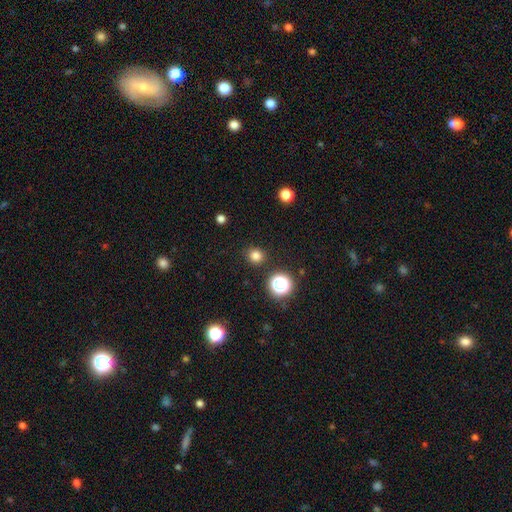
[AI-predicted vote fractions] This appears to be a smooth galaxy with no disk features (80%) that is round (91%). Merging: none (90%).